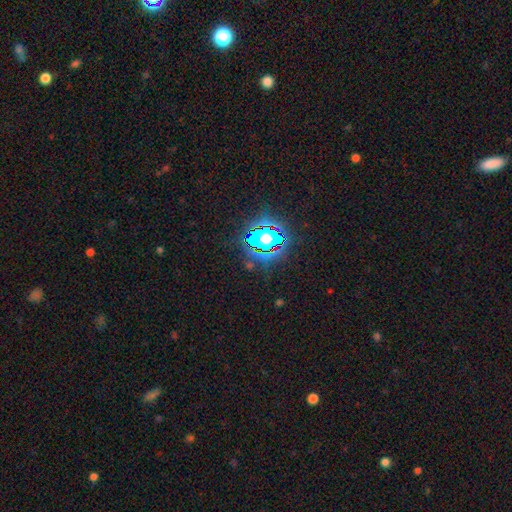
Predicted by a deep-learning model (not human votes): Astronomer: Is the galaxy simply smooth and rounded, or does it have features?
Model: star or artifact — 83%.